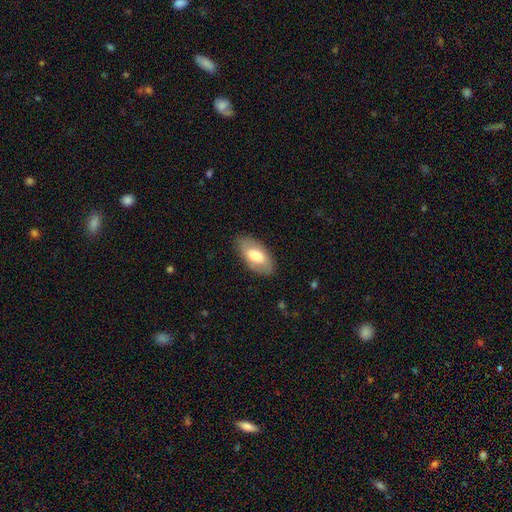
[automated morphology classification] smooth-or-featured: smooth: 64% | featured or disk: 31% | star or artifact: 6%
  how-rounded: in between: 93% | round: 3% | cigar-shaped: 3%
  merging: none: 83% | minor disturbance: 13% | major disturbance: 4% | merger: 1%